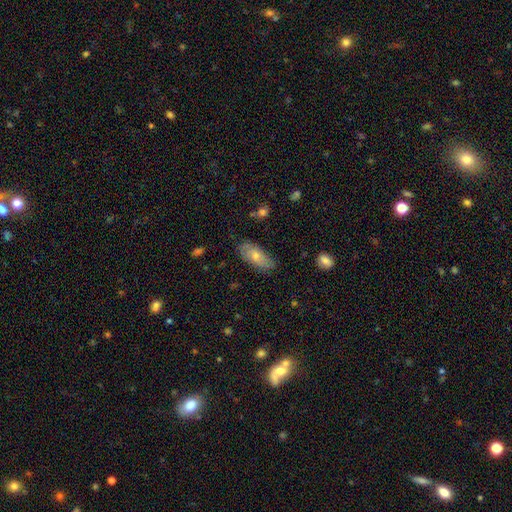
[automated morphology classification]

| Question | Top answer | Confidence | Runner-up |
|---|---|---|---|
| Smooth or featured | smooth | 54% | featured or disk (36%) |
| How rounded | in between | 80% | cigar-shaped (17%) |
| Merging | none | 79% | minor disturbance (16%) |